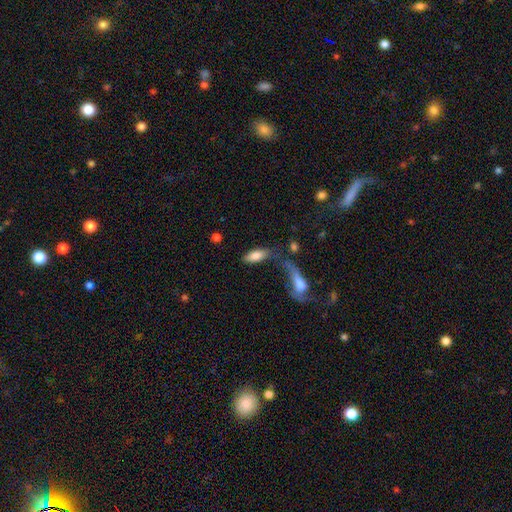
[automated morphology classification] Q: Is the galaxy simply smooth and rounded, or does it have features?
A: smooth — 80%.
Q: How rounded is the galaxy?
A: in between — 78%.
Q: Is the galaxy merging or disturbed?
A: none — 46%.